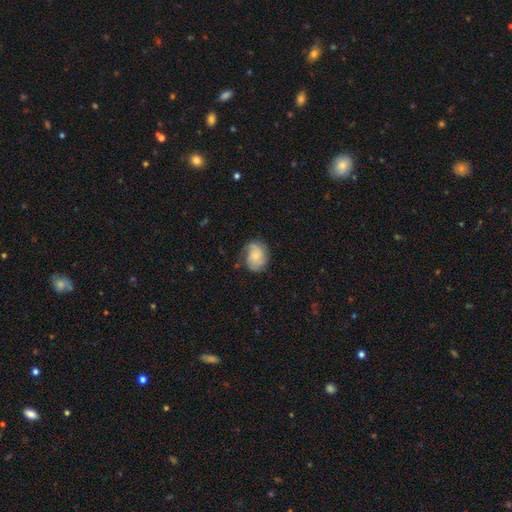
smooth_or_featured: smooth (p=0.56) [alt: featured or disk p=0.36]
how_rounded: round (p=0.59) [alt: in between p=0.41]
merging: none (p=0.53) [alt: minor disturbance p=0.28]